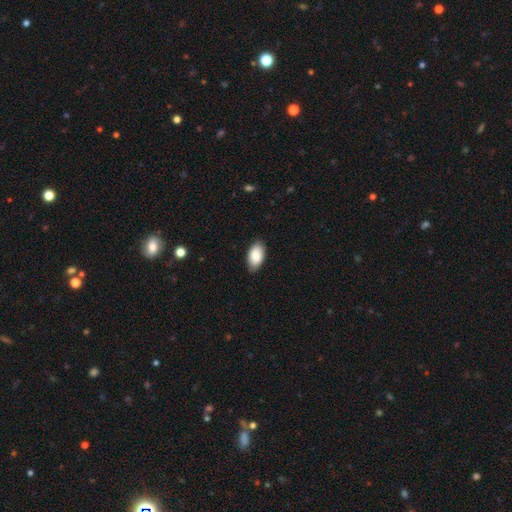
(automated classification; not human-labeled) Smooth or featured?
  - smooth: 85% *
  - featured or disk: 9%
  - star or artifact: 6%
How rounded?
  - in between: 95% *
  - round: 4%
  - cigar-shaped: 2%
Merging?
  - none: 83% *
  - minor disturbance: 13%
  - major disturbance: 2%
  - merger: 1%